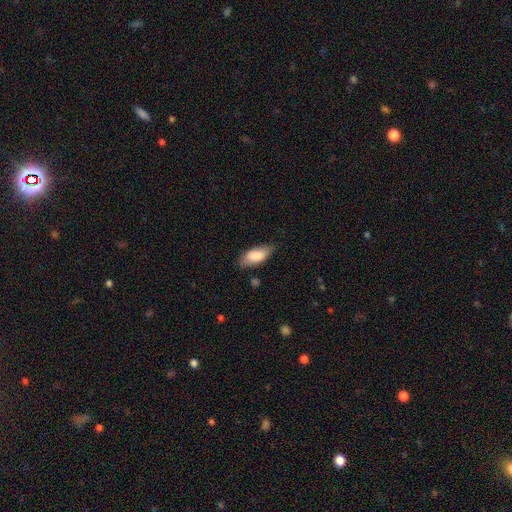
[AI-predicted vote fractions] The model was most divided on "merging": none: 75%, minor disturbance: 19%, major disturbance: 4%, merger: 2%. More confident: how rounded — in between (85%); smooth or featured — smooth (84%).